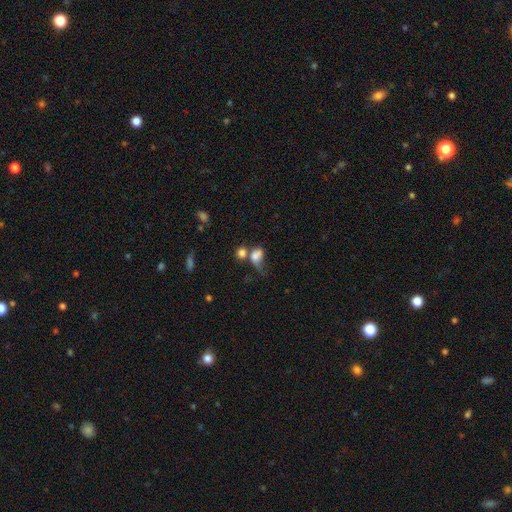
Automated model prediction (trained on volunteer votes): This appears to be a smooth galaxy with no disk features (72%) that is in between round and cigar-shaped (66%). Merging: merger (43%).